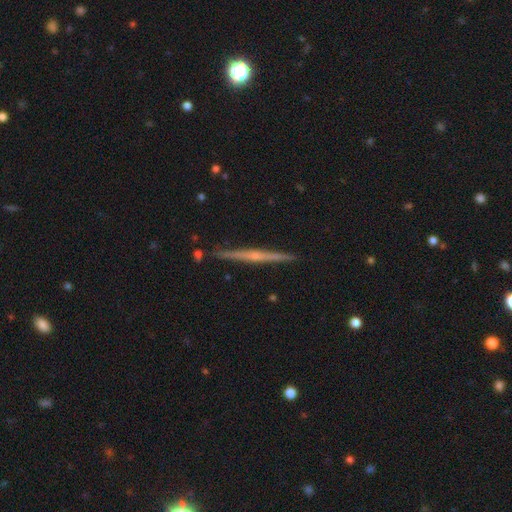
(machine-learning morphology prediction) This is likely a featured or disk galaxy (77%). It is clearly viewed edge-on (98%). Edge-on bulge: likely rounded (61%). Merging: clearly none (91%).